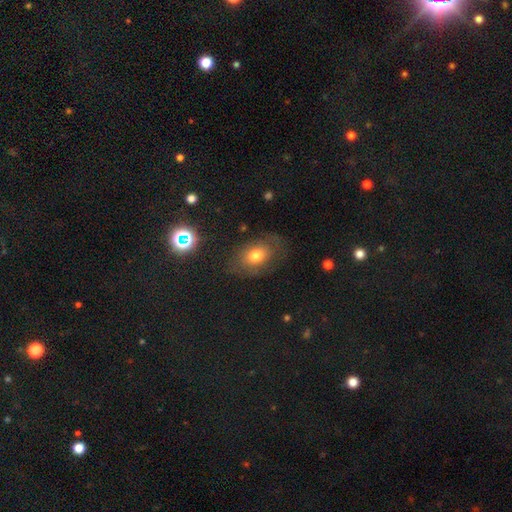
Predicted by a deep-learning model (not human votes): This appears to be a smooth galaxy with no disk features (66%) that is in between round and cigar-shaped (77%). Merging: none (69%).